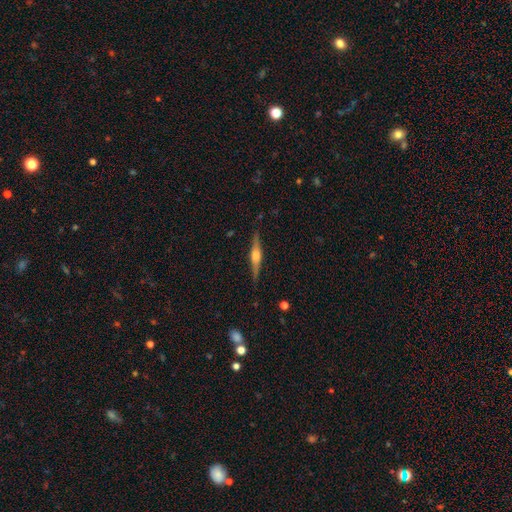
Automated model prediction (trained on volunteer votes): Smooth or featured? Predicted: featured or disk (p=0.78). Edge-on disk? Predicted: yes (p=0.98). Edge-on bulge? Predicted: rounded (p=0.84). Merging? Predicted: none (p=0.89).